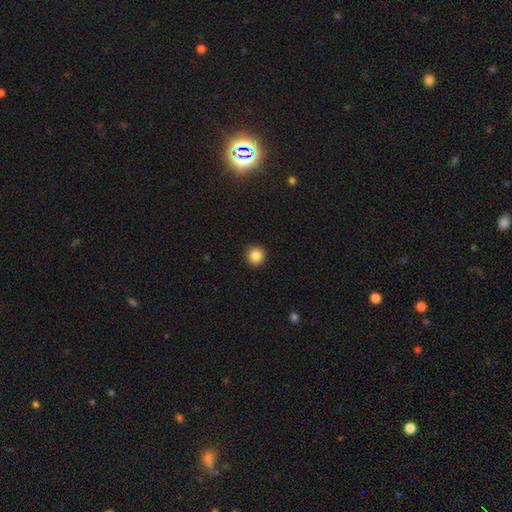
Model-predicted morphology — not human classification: Q: Smooth or featured?
A: smooth (85%); runner-up: star or artifact (10%)
Q: How rounded?
A: round (96%); runner-up: in between (4%)
Q: Merging?
A: none (93%); runner-up: minor disturbance (5%)